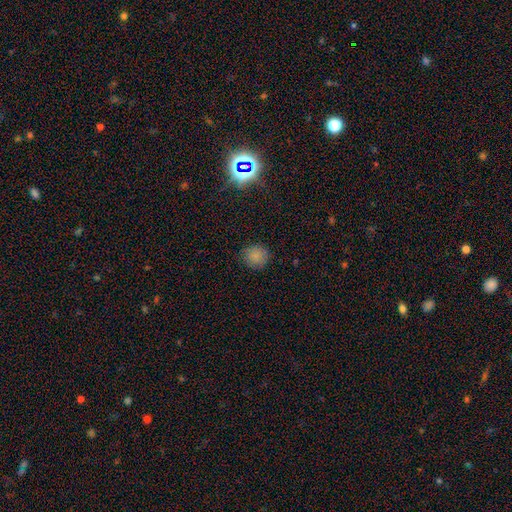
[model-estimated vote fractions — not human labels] This appears to be a smooth galaxy with no disk features (83%) that is round (86%). Merging: none (84%).